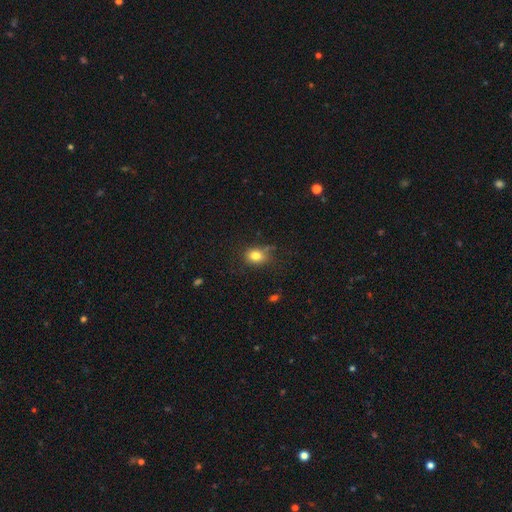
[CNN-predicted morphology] Smooth or featured: smooth — 80% (star or artifact — 11%)
How rounded: round — 51% (in between — 48%)
Merging: none — 63% (minor disturbance — 25%)